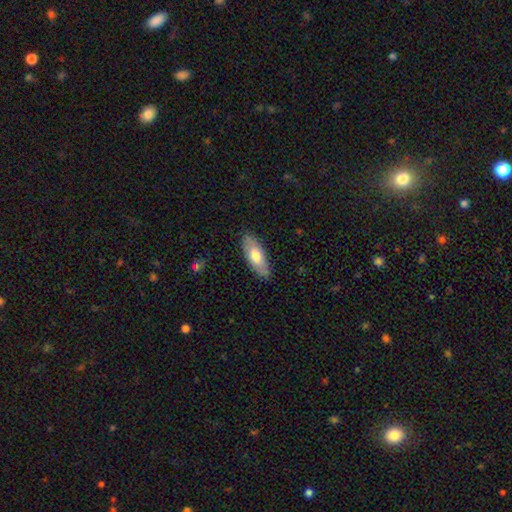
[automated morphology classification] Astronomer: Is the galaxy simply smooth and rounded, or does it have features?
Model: smooth — 69%.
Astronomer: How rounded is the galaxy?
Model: in between — 76%.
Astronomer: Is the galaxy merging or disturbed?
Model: none — 86%.